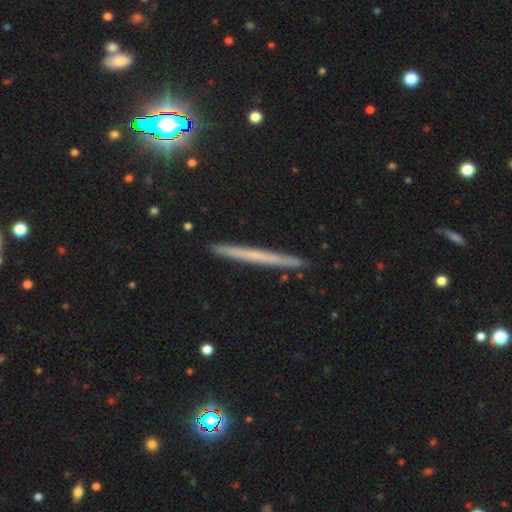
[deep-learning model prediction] A featured or disk galaxy (49%).

Vote fractions:
- Smooth or featured? featured or disk: 49% / smooth: 38% / star or artifact: 12%
- Merging? none: 91% / minor disturbance: 7% / major disturbance: 1% / merger: 1%